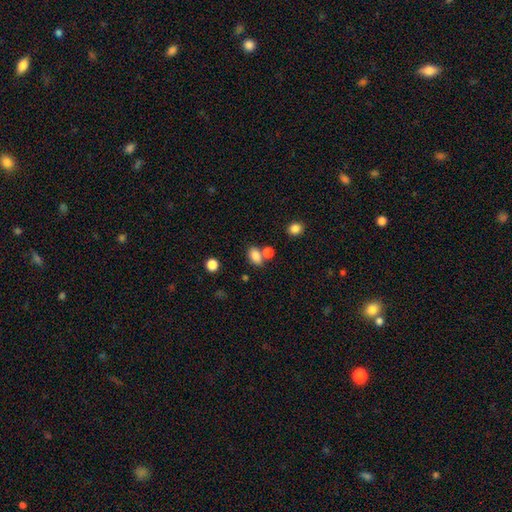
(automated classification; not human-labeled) The model was most divided on "merging": none: 55%, merger: 29%, minor disturbance: 12%, major disturbance: 4%. More confident: how rounded — in between (82%); smooth or featured — smooth (82%).